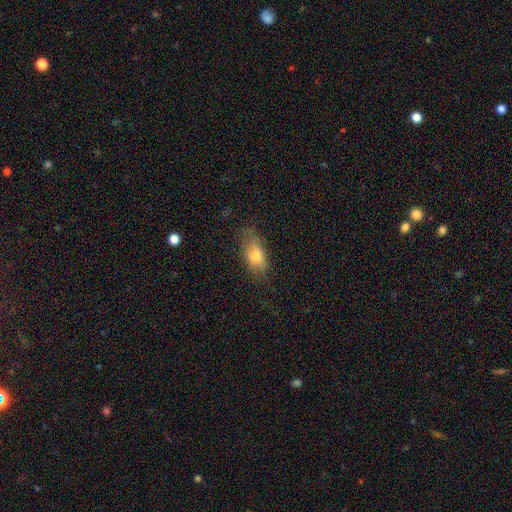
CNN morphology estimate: Smooth or featured: smooth — 74% (featured or disk — 18%)
How rounded: in between — 82% (cigar-shaped — 12%)
Merging: none — 60% (minor disturbance — 27%)